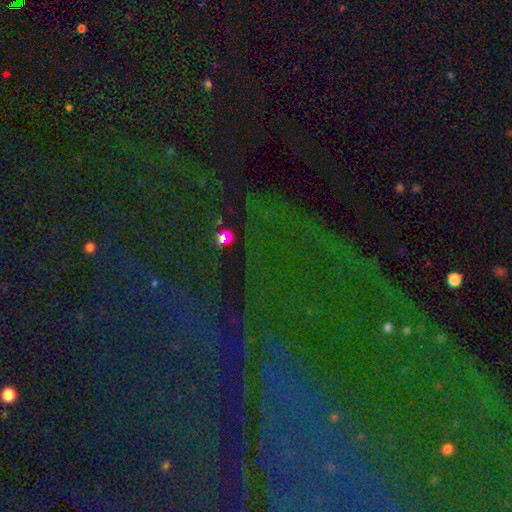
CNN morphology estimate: This is clearly a star or artifact rather than a galaxy (83%).